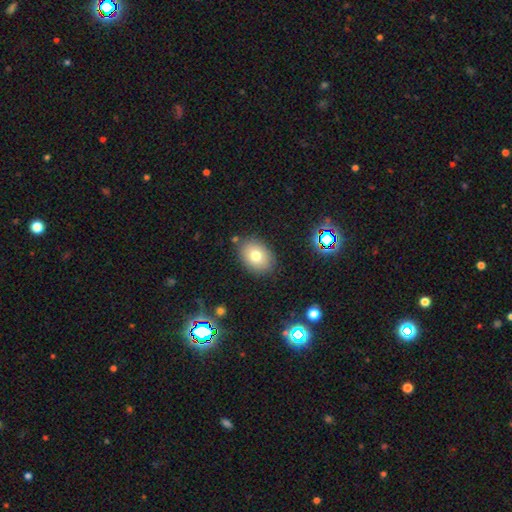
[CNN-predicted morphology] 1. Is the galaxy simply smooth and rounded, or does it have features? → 75% smooth, 14% featured or disk, 11% star or artifact.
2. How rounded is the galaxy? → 71% in between, 28% round, 1% cigar-shaped.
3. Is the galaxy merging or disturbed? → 85% none, 10% minor disturbance, 3% major disturbance, 3% merger.